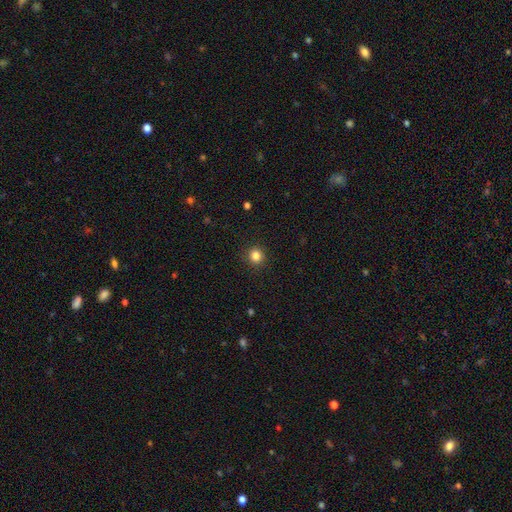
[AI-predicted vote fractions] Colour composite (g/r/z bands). It shows a smooth galaxy with no disk features (83%) that is round (91%). Merging: none (91%).